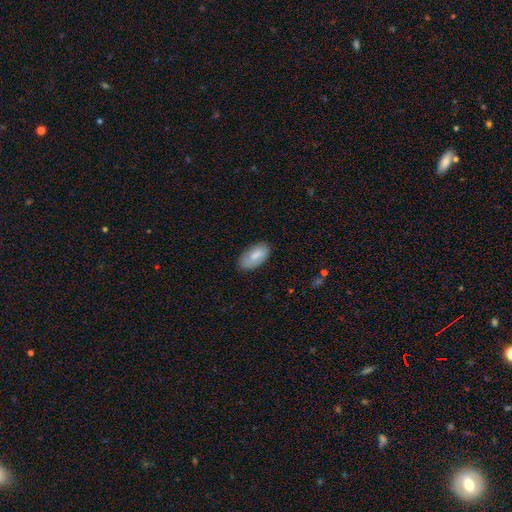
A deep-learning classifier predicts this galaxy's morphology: smooth-or-featured: smooth: 76% | featured or disk: 18% | star or artifact: 6%
  how-rounded: in between: 94% | cigar-shaped: 3% | round: 3%
  merging: none: 78% | minor disturbance: 17% | major disturbance: 4% | merger: 1%